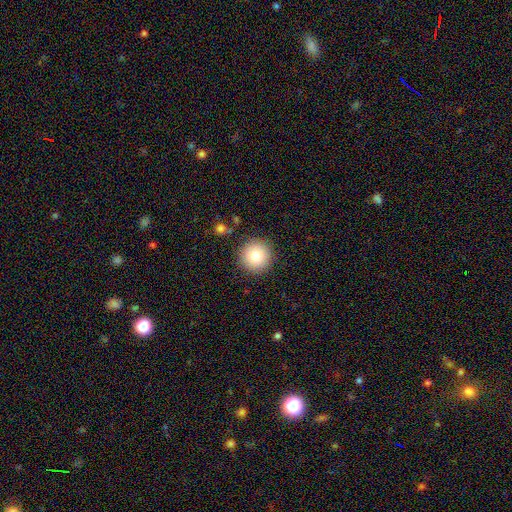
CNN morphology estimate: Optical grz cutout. It shows a smooth galaxy with no disk features (80%) that is round (94%). Merging: none (89%).